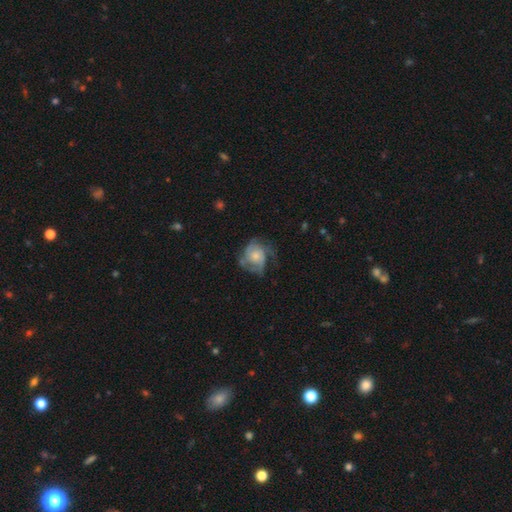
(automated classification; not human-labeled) featured or disk 70%, smooth 23%, star or artifact 7%. Down the decision tree: edge-on disk — no (98%); bar — no (77%); spiral arms — yes (88%); spiral arm count — 2 (31%); spiral winding — medium (41%); bulge size — moderate (44%); merging — none (48%).